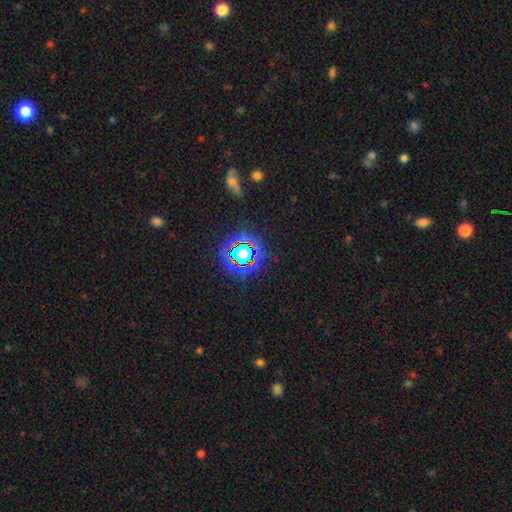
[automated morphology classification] star or artifact 79%, smooth 13%, featured or disk 8%.